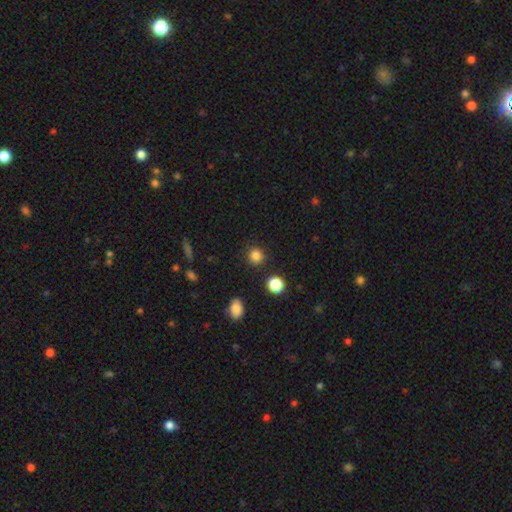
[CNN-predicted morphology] A smooth galaxy with no disk features (84%) that is round (90%). Merging: none (89%).